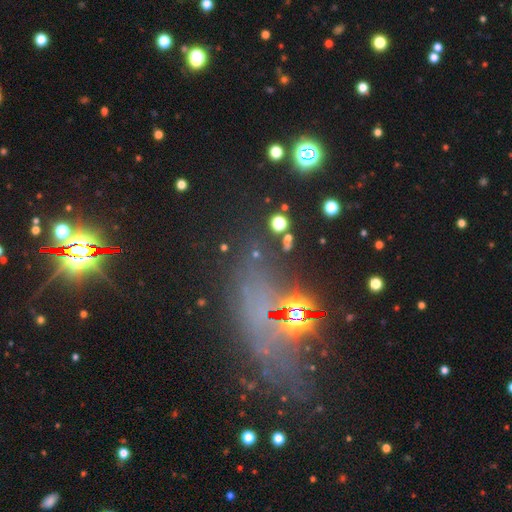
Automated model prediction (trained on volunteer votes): A star or artifact, not a galaxy (64%).